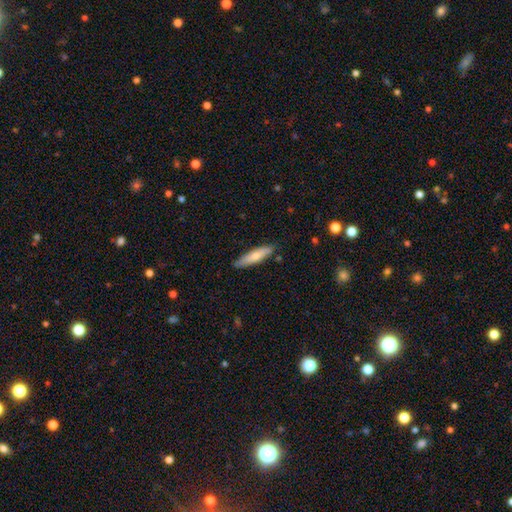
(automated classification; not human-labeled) smooth 67%, featured or disk 28%, star or artifact 6%. Down the decision tree: how rounded — cigar-shaped (77%); merging — none (82%).